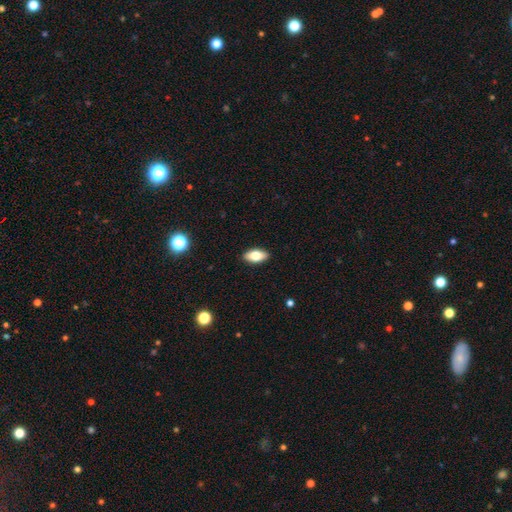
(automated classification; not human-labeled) Overall: smooth (76%). How rounded: in between (91%). Merging: none (90%).